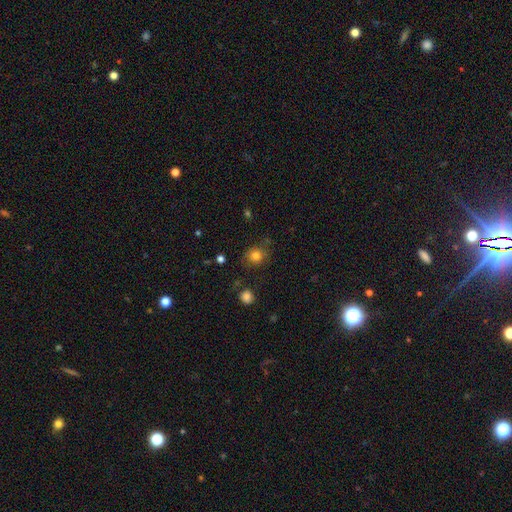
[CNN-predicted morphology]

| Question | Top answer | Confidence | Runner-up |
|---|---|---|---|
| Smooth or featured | smooth | 80% | star or artifact (13%) |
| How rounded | round | 76% | in between (23%) |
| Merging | none | 78% | minor disturbance (15%) |